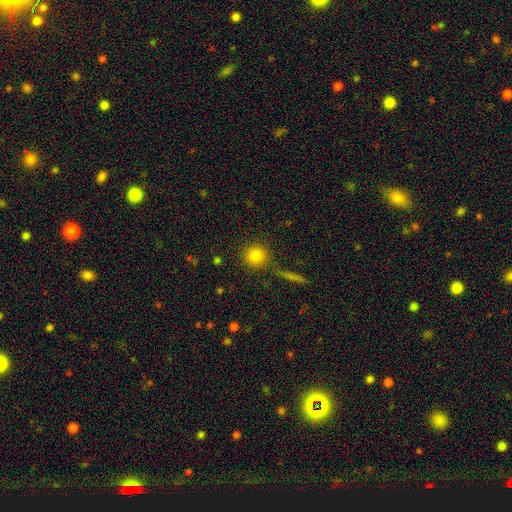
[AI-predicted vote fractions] This is clearly a smooth galaxy (83%). How rounded: clearly round (92%). Merging: clearly none (83%).